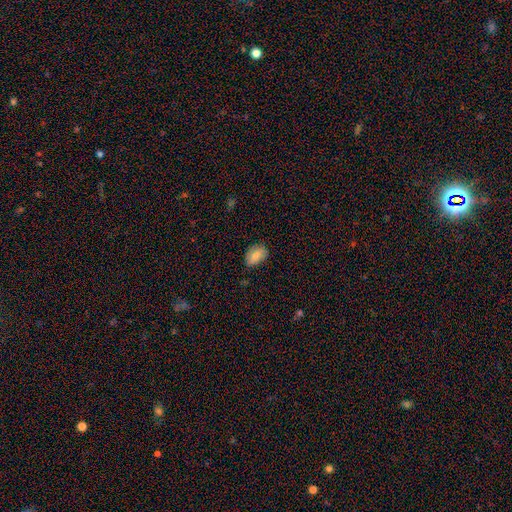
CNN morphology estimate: smooth 76%, featured or disk 16%, star or artifact 7%. Down the decision tree: how rounded — in between (87%); merging — none (76%).